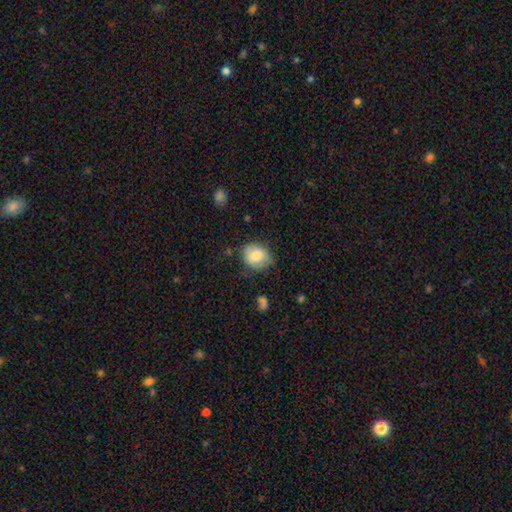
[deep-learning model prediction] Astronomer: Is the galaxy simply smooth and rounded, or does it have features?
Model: smooth — 74%.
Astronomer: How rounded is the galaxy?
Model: round — 57% (runner-up: in between, 42%).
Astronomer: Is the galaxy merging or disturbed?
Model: none — 63%.